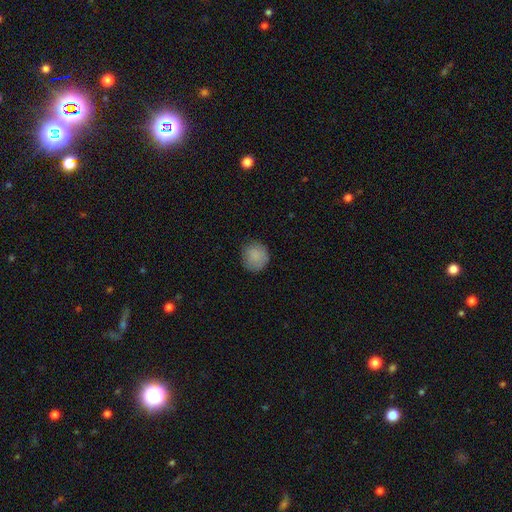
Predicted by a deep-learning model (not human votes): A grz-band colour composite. It shows a smooth galaxy with no disk features (86%) that is round (90%). Merging: none (82%).